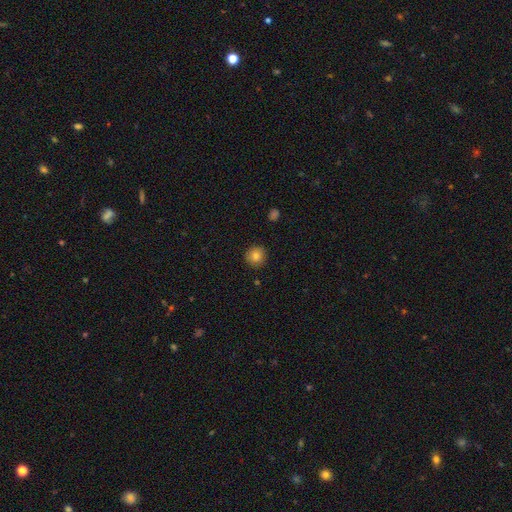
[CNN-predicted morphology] A smooth galaxy with no disk features (82%) that is round (94%). Merging: none (90%).